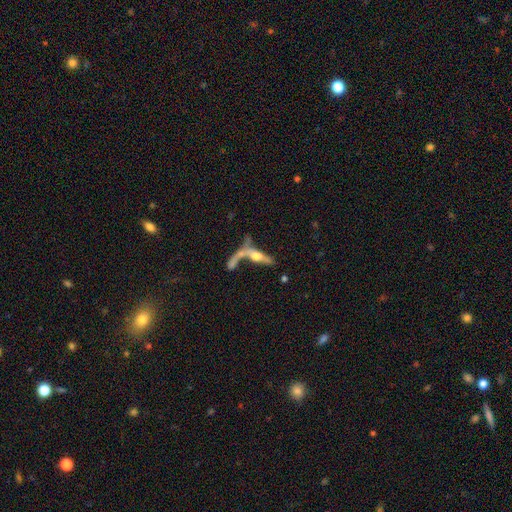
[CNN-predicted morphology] A featured or disk galaxy (55%) viewed edge-on (76%). Merging: merger (43%).